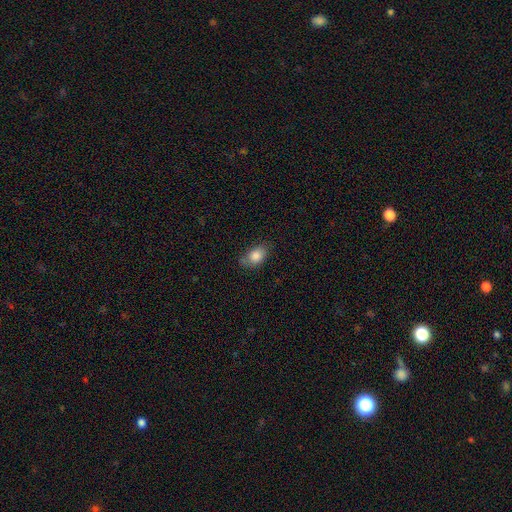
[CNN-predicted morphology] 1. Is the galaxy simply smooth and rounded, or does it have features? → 84% smooth, 8% star or artifact, 8% featured or disk.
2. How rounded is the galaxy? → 83% in between, 15% round, 2% cigar-shaped.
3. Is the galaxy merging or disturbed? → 67% none, 23% minor disturbance, 5% merger, 5% major disturbance.